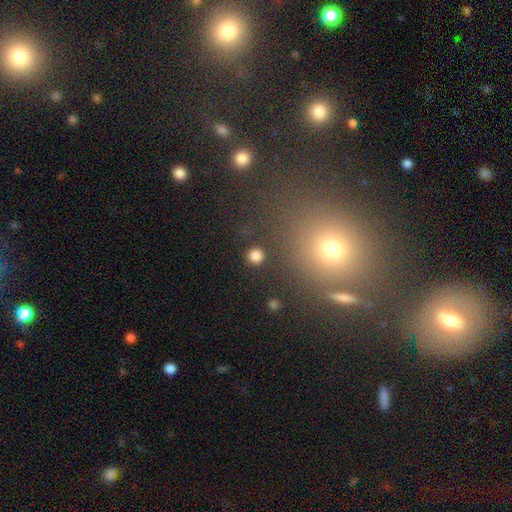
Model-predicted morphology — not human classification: Smooth or featured?
  - smooth: 82% *
  - star or artifact: 13%
  - featured or disk: 4%
How rounded?
  - round: 94% *
  - in between: 5%
  - cigar-shaped: 1%
Merging?
  - none: 90% *
  - minor disturbance: 5%
  - merger: 3%
  - major disturbance: 2%